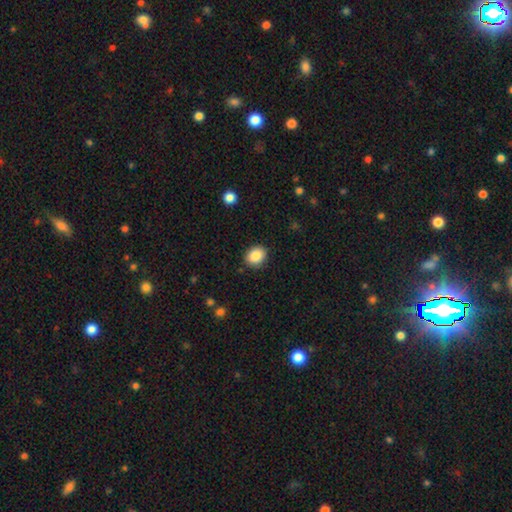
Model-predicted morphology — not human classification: The model was most divided on "how rounded": round: 50%, in between: 49%, cigar-shaped: 1%. More confident: merging — none (88%); smooth or featured — smooth (87%).